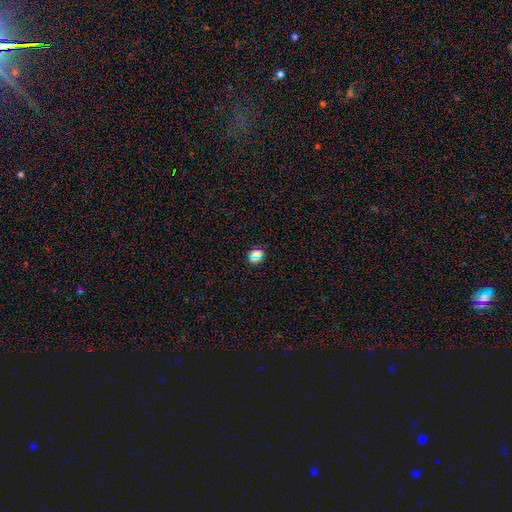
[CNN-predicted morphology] Smooth or featured: smooth — 52% (star or artifact — 40%)
How rounded: round — 71% (in between — 26%)
Merging: none — 83% (minor disturbance — 9%)